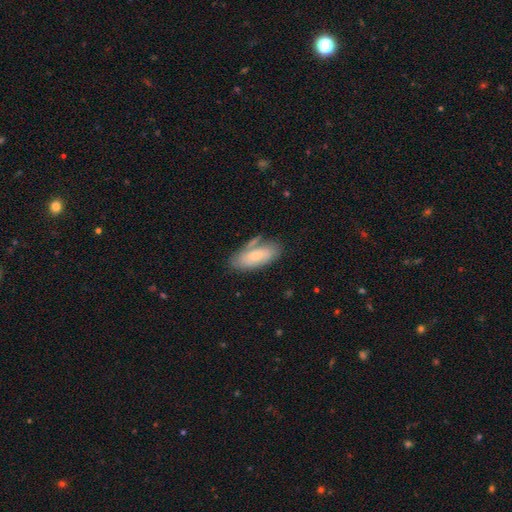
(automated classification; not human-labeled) Smooth or featured? smooth (67%)
How rounded? in between (82%)
Merging? none (62%)